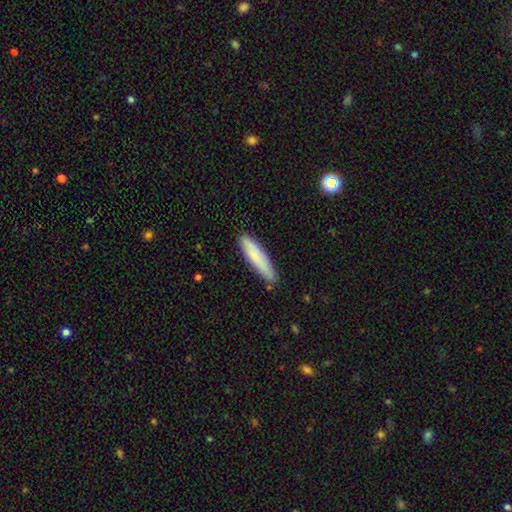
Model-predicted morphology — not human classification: Smooth or featured: smooth — 81% (featured or disk — 13%)
How rounded: cigar-shaped — 85% (in between — 14%)
Merging: none — 84% (minor disturbance — 13%)